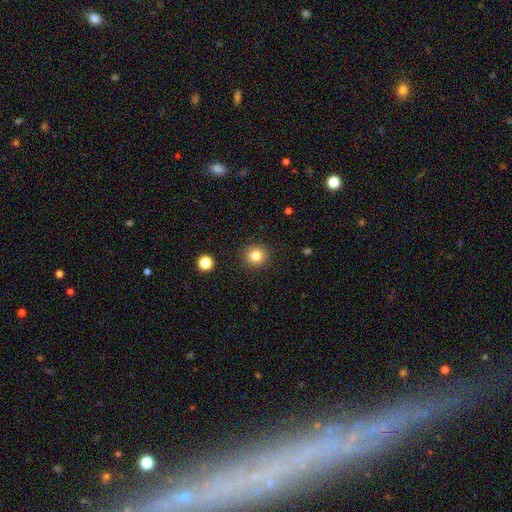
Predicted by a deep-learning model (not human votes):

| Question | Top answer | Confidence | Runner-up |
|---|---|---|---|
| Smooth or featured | smooth | 83% | star or artifact (11%) |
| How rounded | round | 92% | in between (7%) |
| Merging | none | 91% | minor disturbance (6%) |